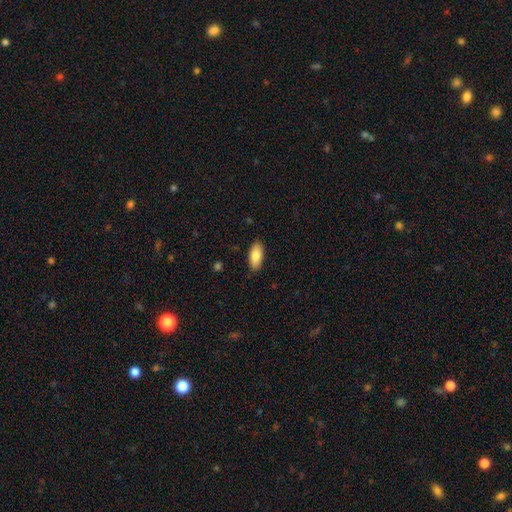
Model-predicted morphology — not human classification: Q: Smooth or featured?
A: smooth (87%); runner-up: featured or disk (7%)
Q: How rounded?
A: in between (88%); runner-up: cigar-shaped (10%)
Q: Merging?
A: none (86%); runner-up: minor disturbance (11%)